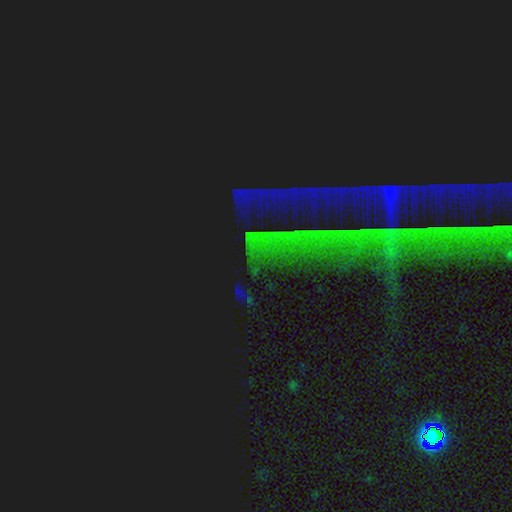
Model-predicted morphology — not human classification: Smooth or featured: star or artifact — 82% (smooth — 9%)